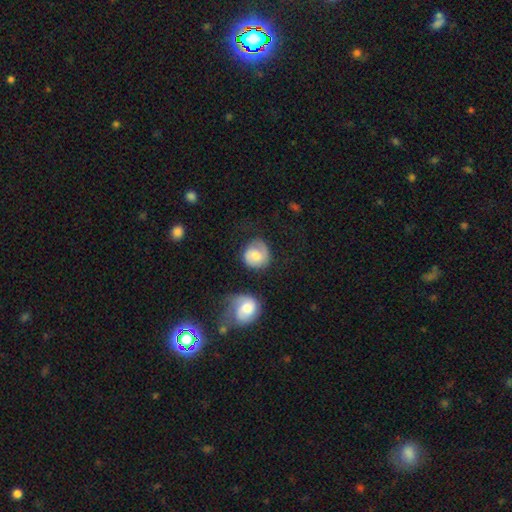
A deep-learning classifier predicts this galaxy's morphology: type=smooth (51%); roundness=round (85%); merging=none (66%).